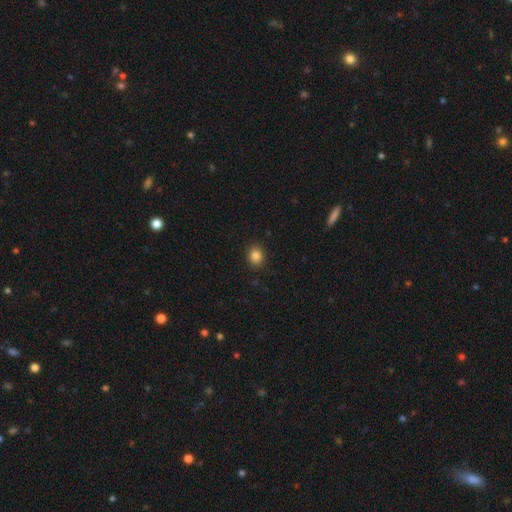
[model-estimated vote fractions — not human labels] The model was most divided on "how rounded": round: 64%, in between: 35%, cigar-shaped: 1%. More confident: merging — none (90%); smooth or featured — smooth (85%).